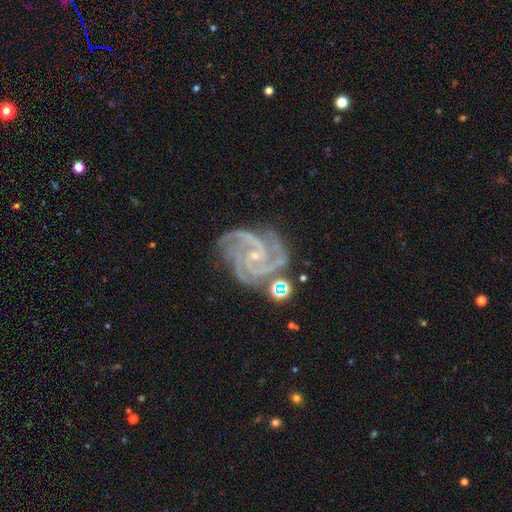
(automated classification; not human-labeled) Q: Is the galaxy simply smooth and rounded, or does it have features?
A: featured or disk — 92%.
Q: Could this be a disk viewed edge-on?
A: no — 98%.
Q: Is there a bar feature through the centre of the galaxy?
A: no — 61%.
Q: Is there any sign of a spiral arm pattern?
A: yes — 99%.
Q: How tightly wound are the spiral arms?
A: tight — 62%.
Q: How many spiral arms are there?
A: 3 — 49%.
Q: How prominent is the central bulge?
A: small — 82%.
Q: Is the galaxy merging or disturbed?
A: none — 64%.